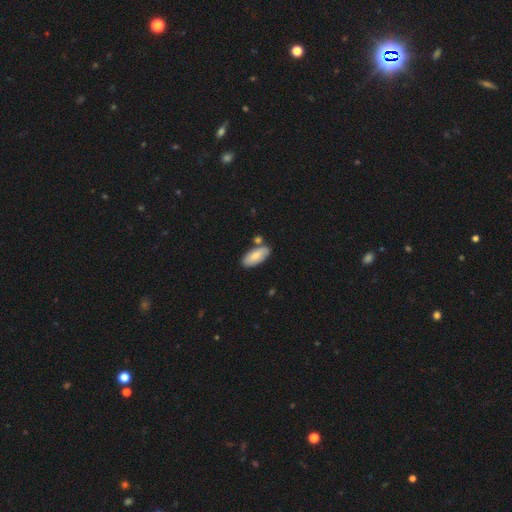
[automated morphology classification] type=smooth (77%); roundness=in between (86%); merging=none (72%).